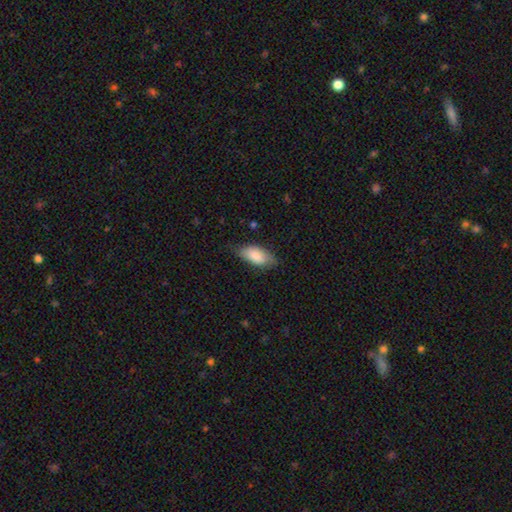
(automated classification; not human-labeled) This is clearly a smooth galaxy (81%). How rounded: clearly in between (90%). Merging: likely none (67%).